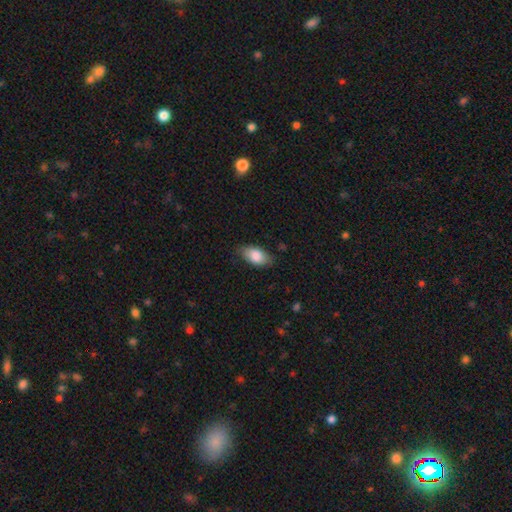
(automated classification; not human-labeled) smooth-or-featured: smooth: 86% | featured or disk: 8% | star or artifact: 6%
  how-rounded: in between: 93% | round: 4% | cigar-shaped: 3%
  merging: none: 78% | minor disturbance: 18% | major disturbance: 3% | merger: 1%